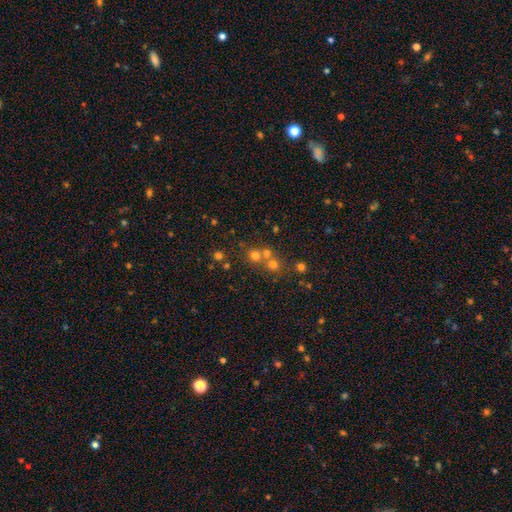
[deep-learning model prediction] This is possibly a smooth galaxy (56%). How rounded: clearly round (87%). Merging: possibly none (52%).